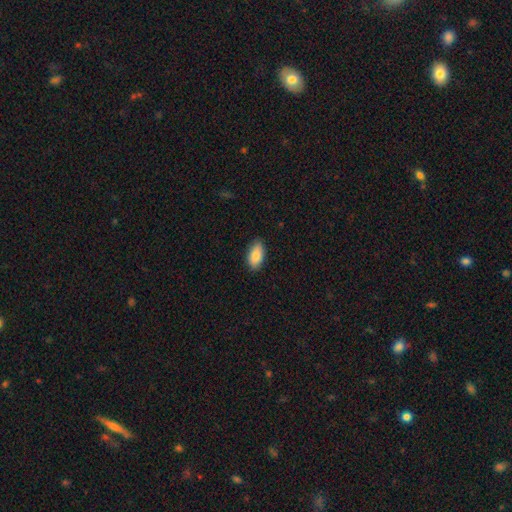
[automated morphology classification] A smooth galaxy with no disk features (86%) that is in between round and cigar-shaped (93%).

Vote fractions:
- Smooth or featured? smooth: 86% / featured or disk: 8% / star or artifact: 6%
- How rounded? in between: 93% / cigar-shaped: 4% / round: 3%
- Merging? none: 87% / minor disturbance: 10% / major disturbance: 2% / merger: 1%